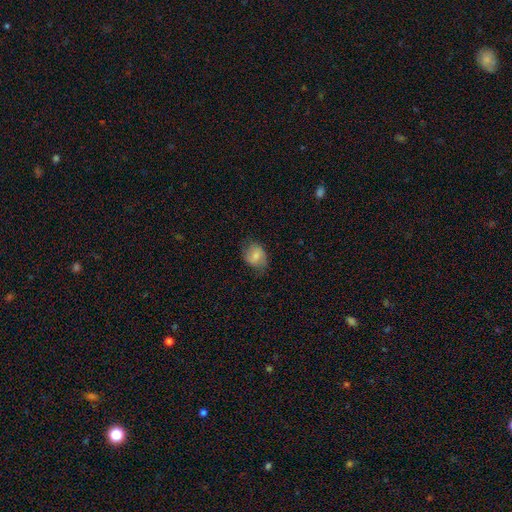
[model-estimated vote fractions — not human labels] This is likely a smooth galaxy (71%). How rounded: possibly in between (54%). Merging: likely none (70%).